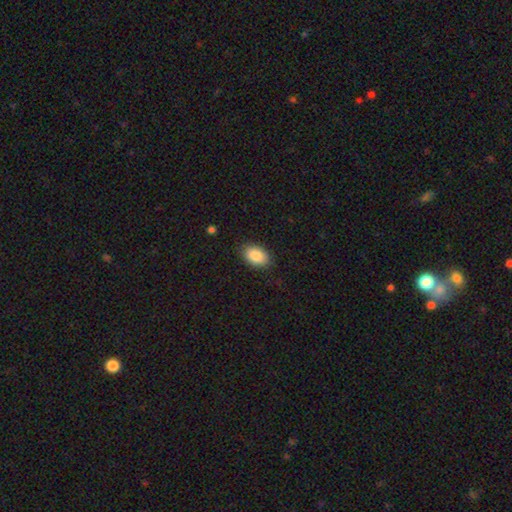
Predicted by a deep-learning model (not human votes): This appears to be a smooth galaxy with no disk features (89%) that is in between round and cigar-shaped (91%). Merging: none (86%).